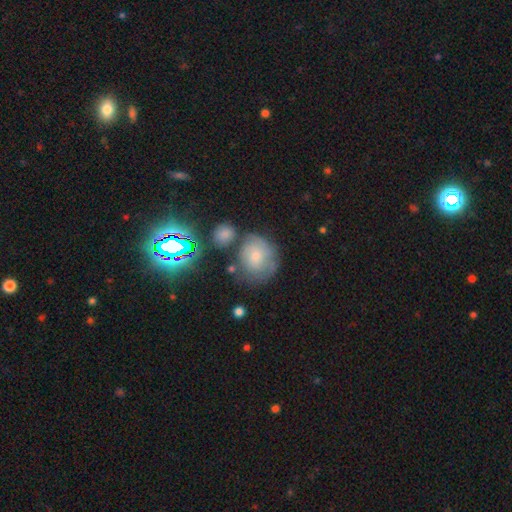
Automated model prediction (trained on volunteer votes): Smooth or featured? smooth (58%)
How rounded? round (74%)
Merging? none (54%)